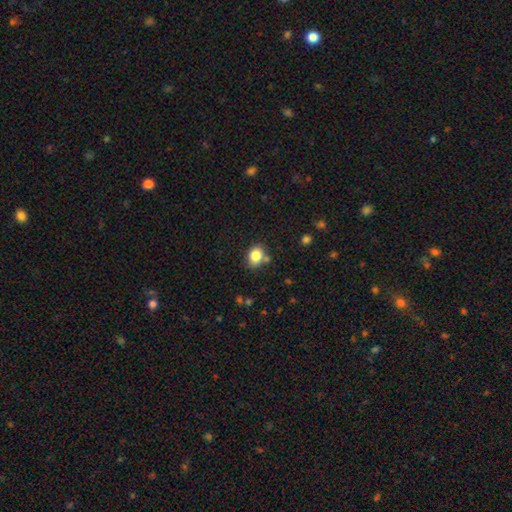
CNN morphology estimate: Overall: smooth (83%). How rounded: in between (54%; round 45%). Merging: none (75%).